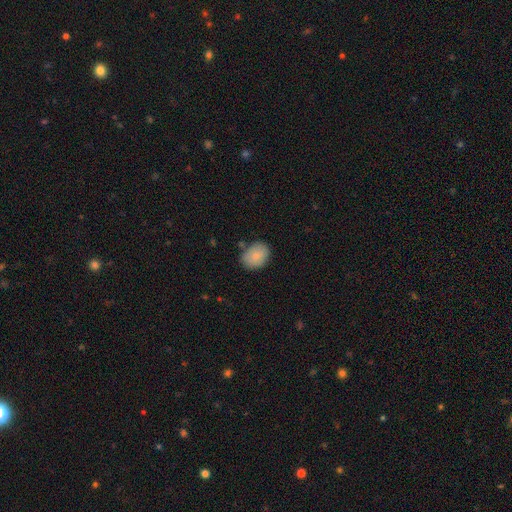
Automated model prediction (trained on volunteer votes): smooth_or_featured: smooth (p=0.85) [alt: featured or disk p=0.08]
how_rounded: in between (p=0.60) [alt: round p=0.39]
merging: none (p=0.76) [alt: minor disturbance p=0.17]